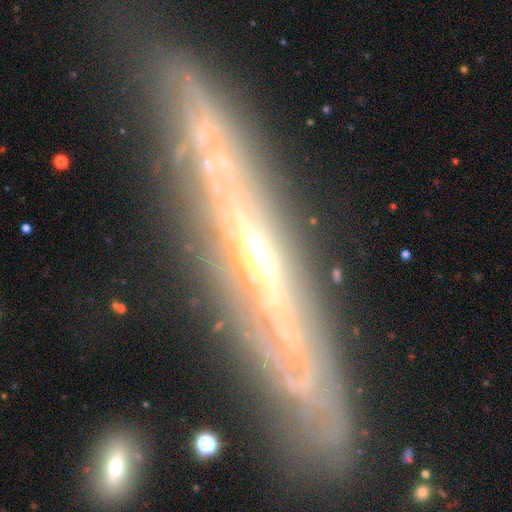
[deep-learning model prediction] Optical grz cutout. It shows a featured or disk galaxy (83%) viewed edge-on (74%) with a rounded central bulge (54%). Merging: none (76%).